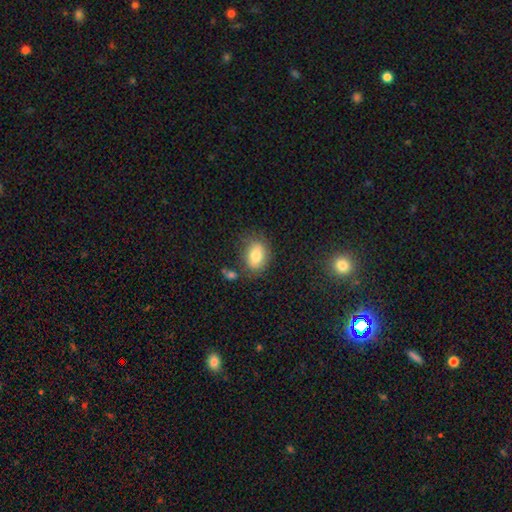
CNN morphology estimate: smooth_or_featured: smooth (p=0.80) [alt: featured or disk p=0.11]
how_rounded: in between (p=0.77) [alt: round p=0.22]
merging: none (p=0.68) [alt: minor disturbance p=0.20]